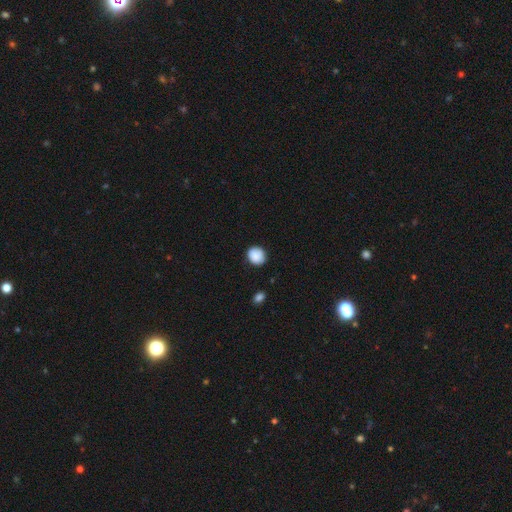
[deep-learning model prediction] smooth-or-featured: smooth: 89% | star or artifact: 8% | featured or disk: 3%
  how-rounded: round: 74% | in between: 25% | cigar-shaped: 1%
  merging: none: 84% | minor disturbance: 12% | major disturbance: 2% | merger: 1%